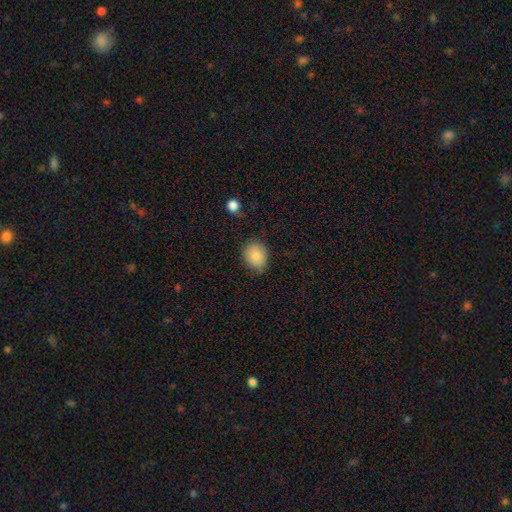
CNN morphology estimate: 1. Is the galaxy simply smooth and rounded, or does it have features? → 86% smooth, 8% star or artifact, 6% featured or disk.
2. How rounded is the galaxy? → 53% round, 46% in between, 1% cigar-shaped.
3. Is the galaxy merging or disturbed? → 69% none, 25% minor disturbance, 5% major disturbance, 2% merger.